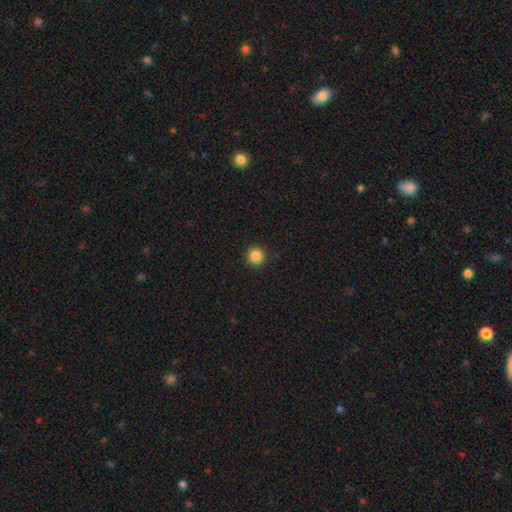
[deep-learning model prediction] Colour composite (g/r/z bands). It shows a smooth galaxy with no disk features (86%) that is round (96%). Merging: none (93%).